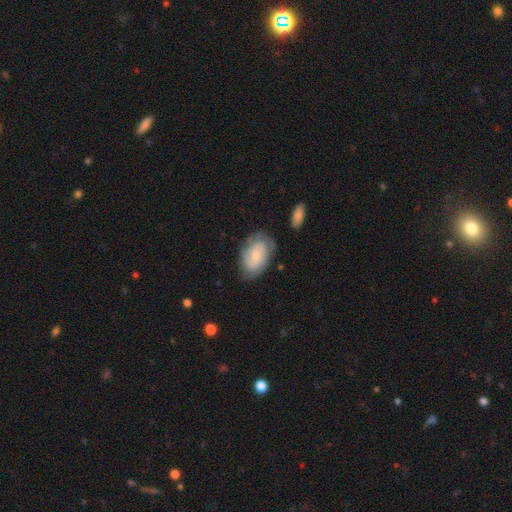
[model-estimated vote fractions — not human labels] smooth_or_featured: featured or disk (p=0.52) [alt: smooth p=0.42]
disk_edge_on: no (p=0.95) [alt: yes p=0.05]
merging: none (p=0.70) [alt: minor disturbance p=0.21]